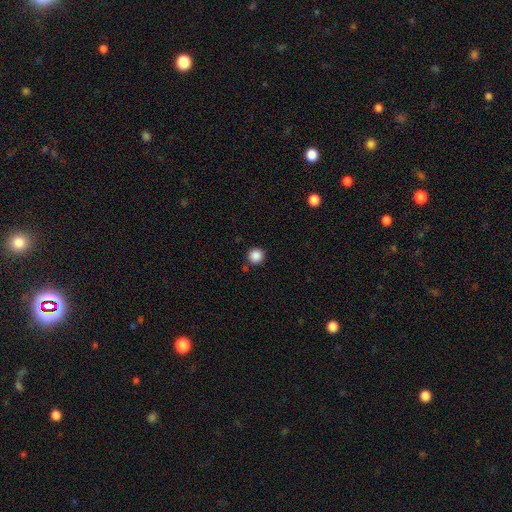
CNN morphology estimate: Smooth or featured? smooth (87%)
How rounded? round (95%)
Merging? none (87%)